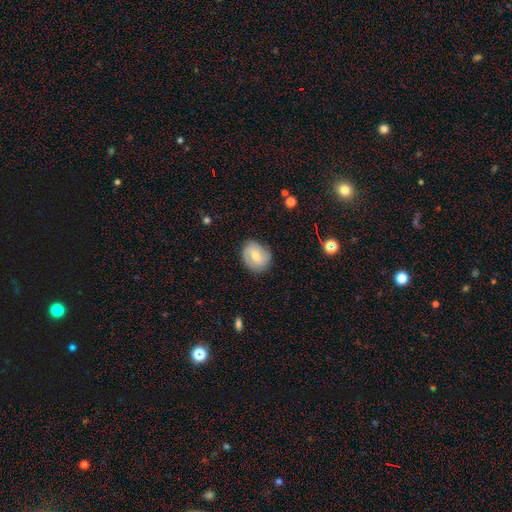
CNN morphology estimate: smooth-or-featured: smooth: 56% | featured or disk: 37% | star or artifact: 7%
  how-rounded: round: 59% | in between: 40% | cigar-shaped: 1%
  merging: none: 79% | minor disturbance: 16% | major disturbance: 4% | merger: 1%